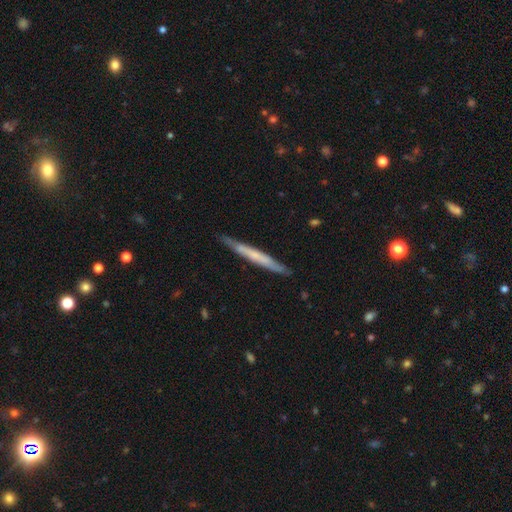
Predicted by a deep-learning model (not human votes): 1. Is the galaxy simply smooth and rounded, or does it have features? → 49% featured or disk, 45% smooth, 5% star or artifact.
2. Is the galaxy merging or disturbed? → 85% none, 12% minor disturbance, 2% major disturbance, 1% merger.